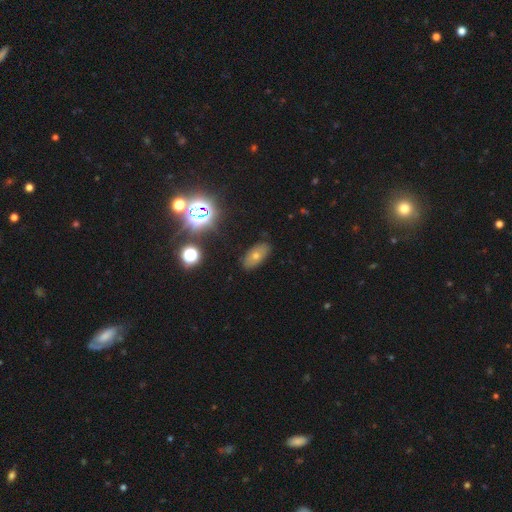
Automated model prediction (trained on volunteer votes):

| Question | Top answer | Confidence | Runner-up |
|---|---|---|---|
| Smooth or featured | smooth | 60% | featured or disk (21%) |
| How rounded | in between | 89% | round (6%) |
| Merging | none | 86% | minor disturbance (10%) |